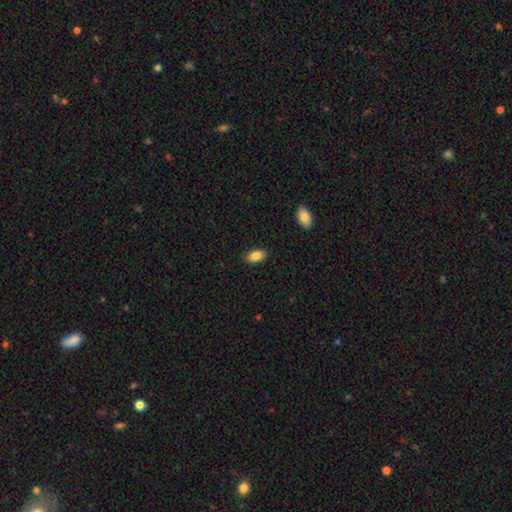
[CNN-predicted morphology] This appears to be a smooth galaxy with no disk features (87%) that is in between round and cigar-shaped (92%). Merging: none (88%).